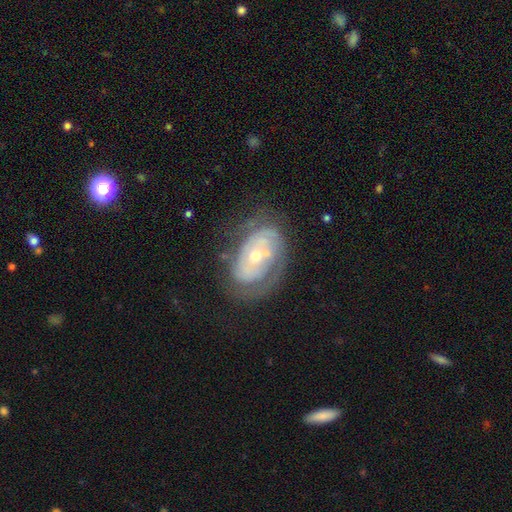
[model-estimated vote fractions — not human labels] featured or disk 77%, smooth 16%, star or artifact 7%. Down the decision tree: edge-on disk — no (95%); bar — no (77%); spiral arms — yes (72%); spiral arm count — can't tell (44%); spiral winding — tight (67%); bulge size — moderate (49%); merging — none (57%).